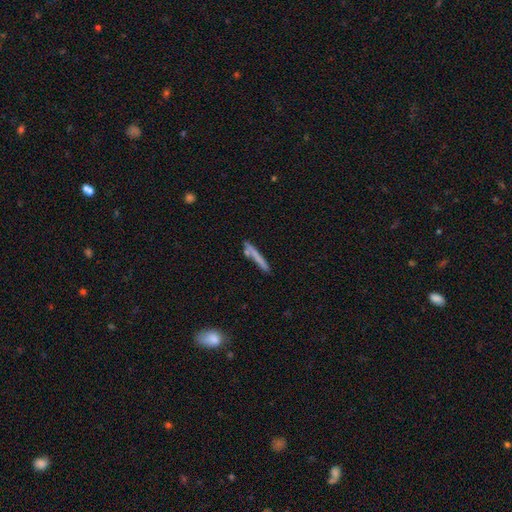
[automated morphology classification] This appears to be a smooth galaxy with no disk features (64%) that is cigar-shaped (94%). Merging: none (71%).